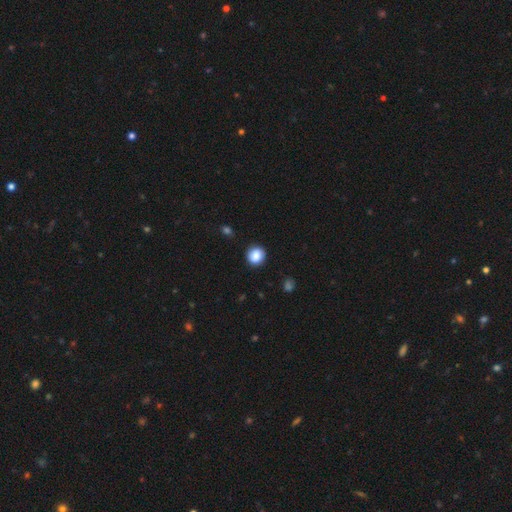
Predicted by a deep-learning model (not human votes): Smooth or featured?
  - smooth: 86% *
  - star or artifact: 9%
  - featured or disk: 5%
How rounded?
  - round: 87% *
  - in between: 12%
  - cigar-shaped: 1%
Merging?
  - none: 88% *
  - minor disturbance: 8%
  - major disturbance: 2%
  - merger: 1%